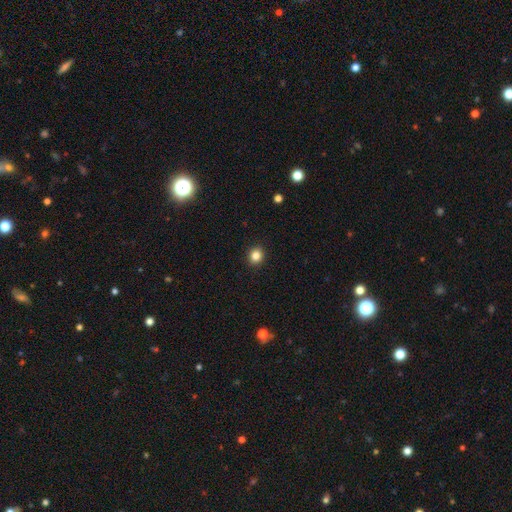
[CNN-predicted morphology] This appears to be a smooth galaxy with no disk features (84%) that is round (81%). Merging: none (93%).